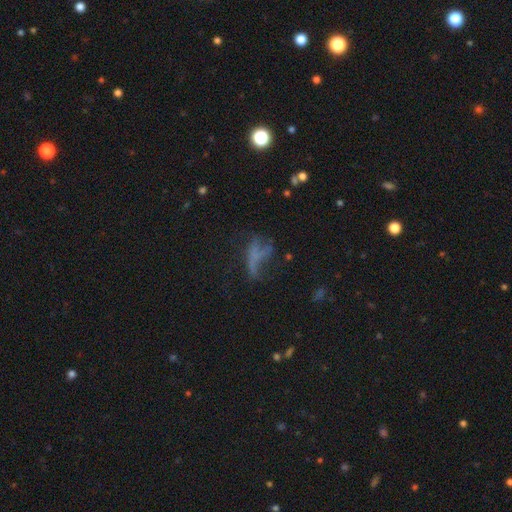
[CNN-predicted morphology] A featured or disk galaxy (42%). Merging: major disturbance (42%).